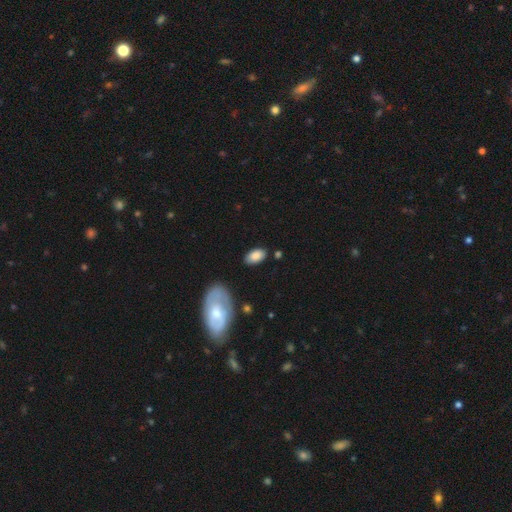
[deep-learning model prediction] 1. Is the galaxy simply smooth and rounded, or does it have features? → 84% smooth, 9% featured or disk, 7% star or artifact.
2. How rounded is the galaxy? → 94% in between, 4% round, 2% cigar-shaped.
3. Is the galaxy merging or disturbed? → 80% none, 14% minor disturbance, 4% major disturbance, 3% merger.